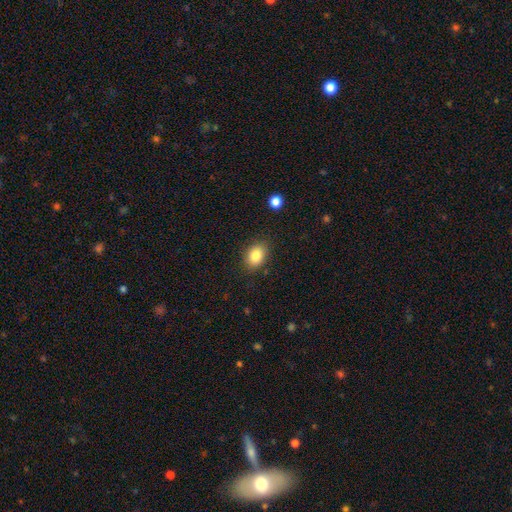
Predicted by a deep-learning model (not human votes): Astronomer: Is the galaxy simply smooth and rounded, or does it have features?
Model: smooth — 85%.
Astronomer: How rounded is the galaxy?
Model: in between — 76%.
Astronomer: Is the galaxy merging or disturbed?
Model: none — 85%.